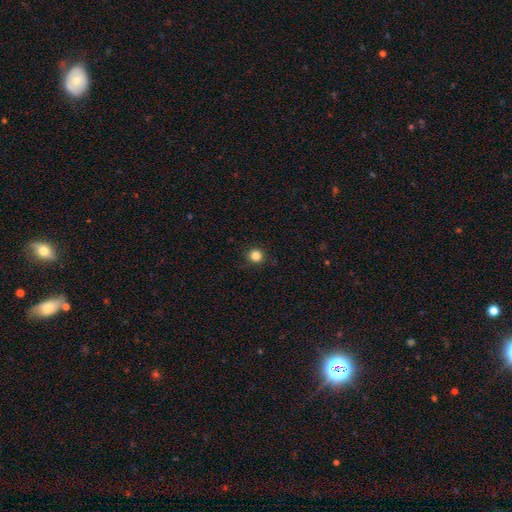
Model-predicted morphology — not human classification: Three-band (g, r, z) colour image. It shows a smooth galaxy with no disk features (85%) that is round (94%). Merging: none (90%).